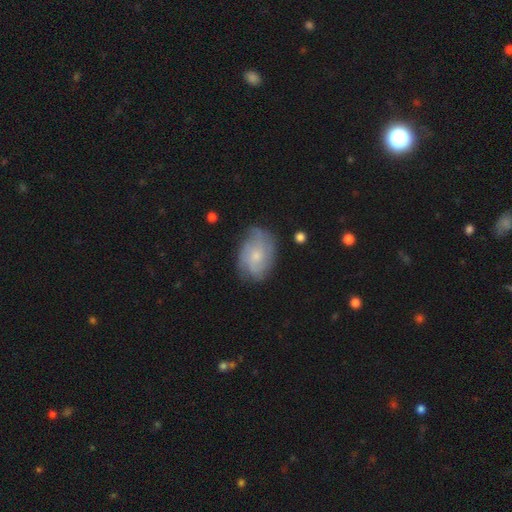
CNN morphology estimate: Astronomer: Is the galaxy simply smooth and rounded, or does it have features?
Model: featured or disk — 56% (runner-up: smooth, 37%).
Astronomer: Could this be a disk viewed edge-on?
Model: no — 96%.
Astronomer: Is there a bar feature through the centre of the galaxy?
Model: no — 75%.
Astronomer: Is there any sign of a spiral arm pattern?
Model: yes — 81%.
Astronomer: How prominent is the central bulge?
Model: small — 49% (runner-up: moderate, 42%).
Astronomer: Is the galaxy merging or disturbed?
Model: none — 66%.